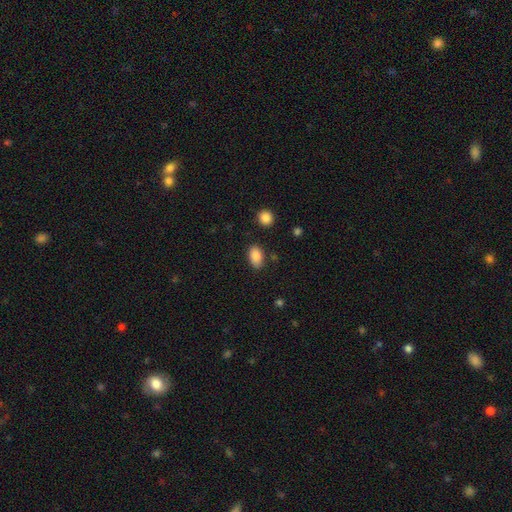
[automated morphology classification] A smooth galaxy with no disk features (87%) that is in between round and cigar-shaped (89%).

Vote fractions:
- Smooth or featured? smooth: 87% / star or artifact: 8% / featured or disk: 5%
- How rounded? in between: 89% / round: 9% / cigar-shaped: 2%
- Merging? none: 81% / minor disturbance: 13% / major disturbance: 3% / merger: 3%